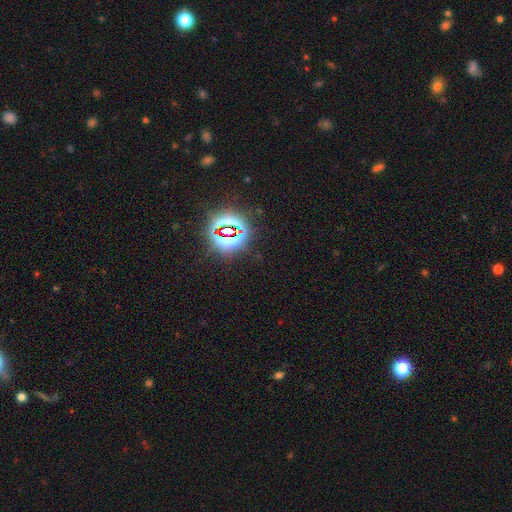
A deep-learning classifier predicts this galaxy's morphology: Q: Smooth or featured?
A: star or artifact (80%); runner-up: smooth (13%)